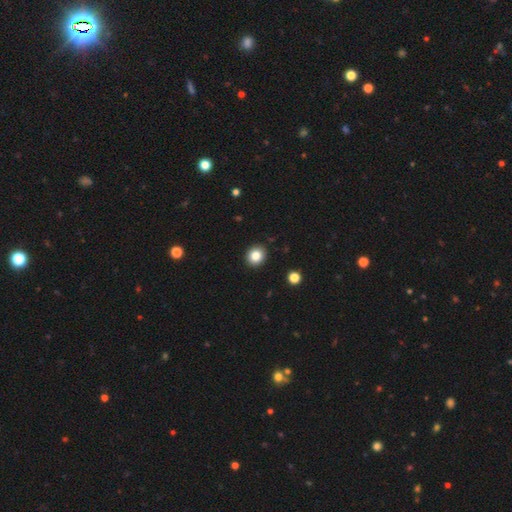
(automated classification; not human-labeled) Smooth or featured? smooth (84%)
How rounded? round (79%)
Merging? none (92%)